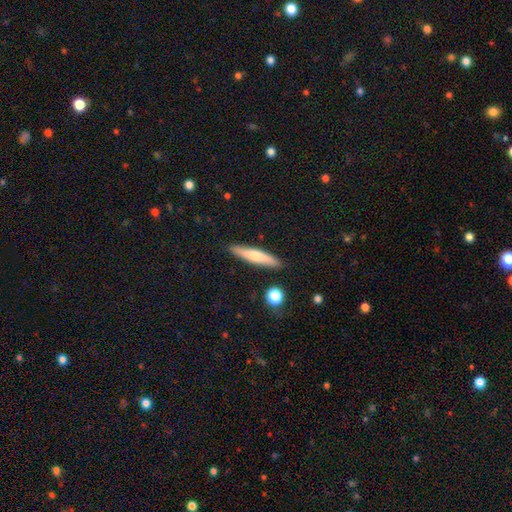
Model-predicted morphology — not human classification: Smooth or featured: smooth — 61% (featured or disk — 32%)
How rounded: cigar-shaped — 88% (in between — 10%)
Merging: none — 88% (minor disturbance — 8%)